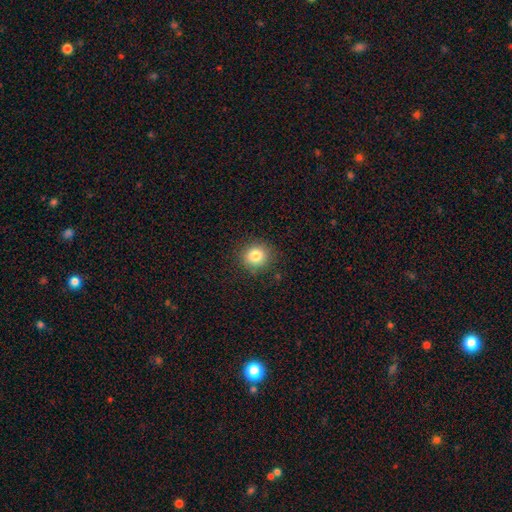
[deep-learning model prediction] smooth-or-featured: smooth: 82% | star or artifact: 11% | featured or disk: 7%
  how-rounded: round: 88% | in between: 11% | cigar-shaped: 1%
  merging: none: 88% | minor disturbance: 8% | major disturbance: 3% | merger: 1%